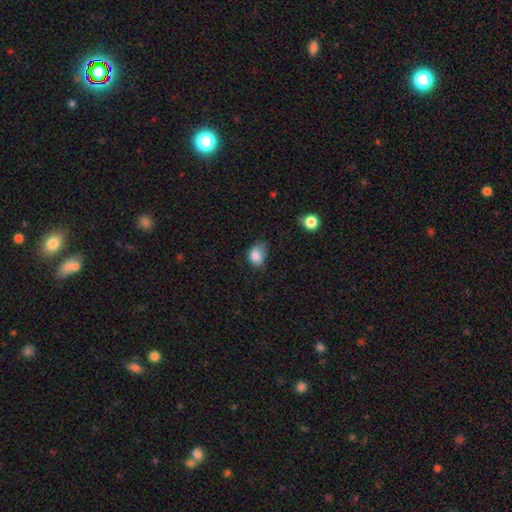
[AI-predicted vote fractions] Smooth or featured? Predicted: smooth (p=0.84). How rounded? Predicted: in between (p=0.64). Merging? Predicted: none (p=0.42).